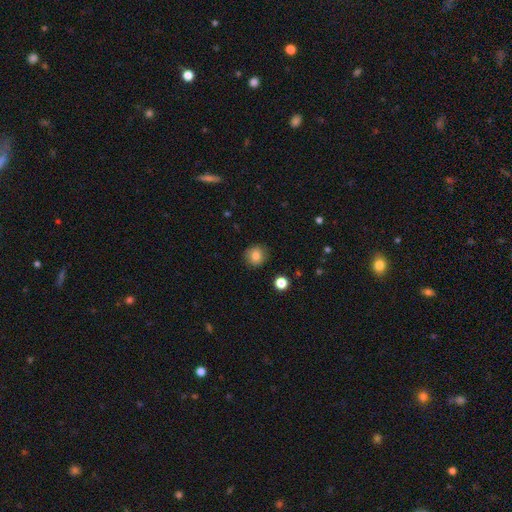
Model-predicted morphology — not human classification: Smooth or featured?
  - smooth: 83% *
  - star or artifact: 10%
  - featured or disk: 7%
How rounded?
  - round: 90% *
  - in between: 9%
  - cigar-shaped: 1%
Merging?
  - none: 89% *
  - minor disturbance: 8%
  - major disturbance: 2%
  - merger: 1%